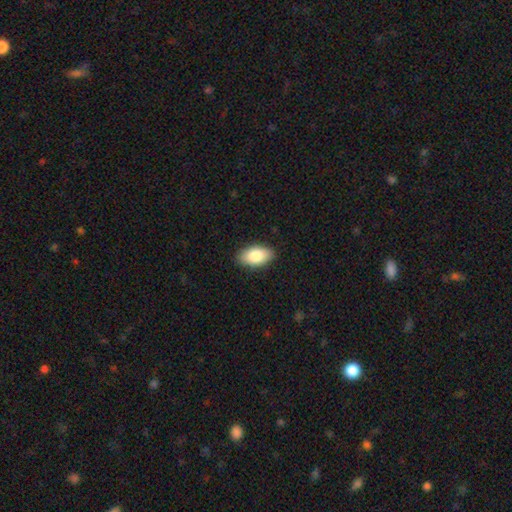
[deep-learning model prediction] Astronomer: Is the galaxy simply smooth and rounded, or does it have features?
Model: smooth — 84%.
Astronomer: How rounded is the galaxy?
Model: in between — 94%.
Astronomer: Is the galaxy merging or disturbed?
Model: none — 88%.